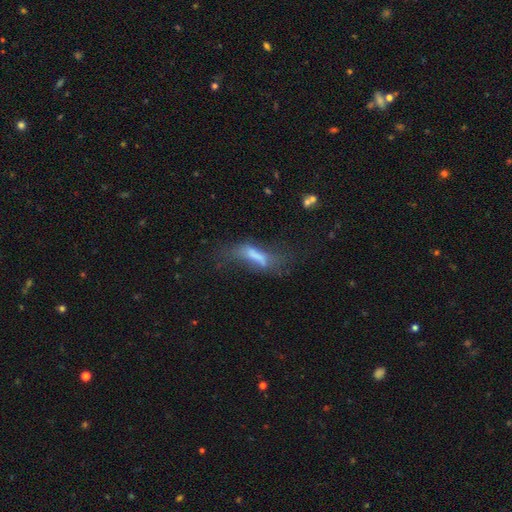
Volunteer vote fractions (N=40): Smooth or featured?
  - featured or disk: 50% *
  - smooth: 45%
  - star or artifact: 5%
Edge-on disk?
  - no: 90% *
  - yes: 10%
Bar?
  - no: 44% *
  - weak: 39%
  - strong: 17%
Spiral arms?
  - no: 83% *
  - yes: 17%
Bulge size?
  - none: 72% *
  - moderate: 17%
  - large: 11%
  - dominant: 0%
  - small: 0%
Merging?
  - major disturbance: 42% *
  - minor disturbance: 26%
  - none: 21%
  - merger: 11%